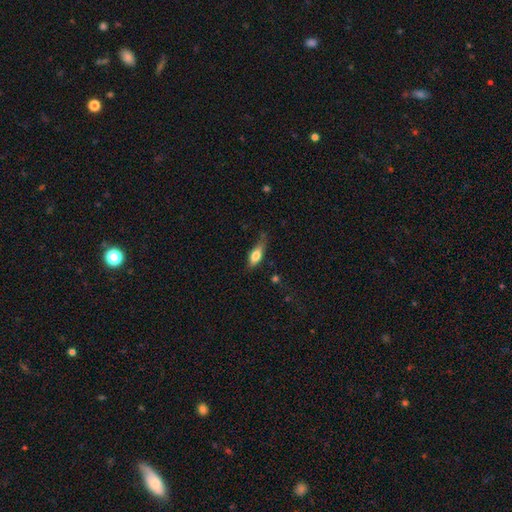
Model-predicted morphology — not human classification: smooth 69%, featured or disk 24%, star or artifact 7%. Down the decision tree: how rounded — in between (67%); merging — none (61%).